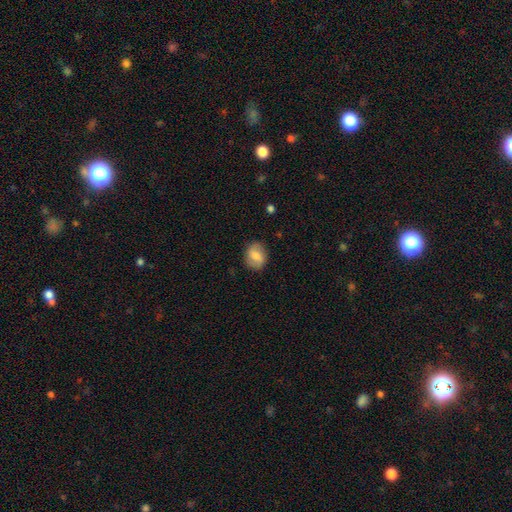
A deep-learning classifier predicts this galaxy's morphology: The model was most divided on "how rounded": in between: 51%, round: 47%, cigar-shaped: 1%. More confident: merging — none (82%); smooth or featured — smooth (71%).